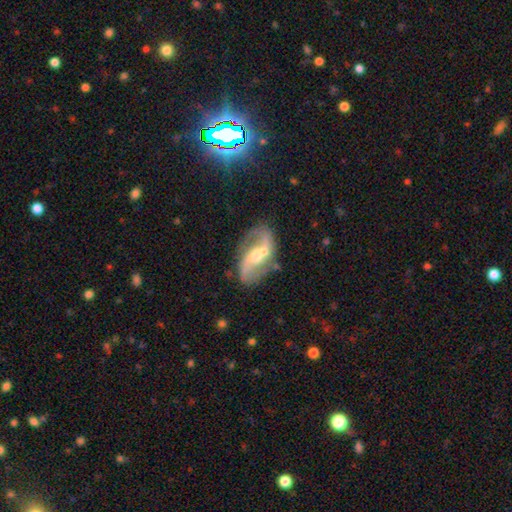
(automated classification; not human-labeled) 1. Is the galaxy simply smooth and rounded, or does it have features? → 84% featured or disk, 9% smooth, 6% star or artifact.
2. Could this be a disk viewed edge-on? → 96% no, 4% yes.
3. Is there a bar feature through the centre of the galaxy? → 40% no, 39% weak, 21% strong.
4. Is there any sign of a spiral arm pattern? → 92% yes, 8% no.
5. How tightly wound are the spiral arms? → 55% loose, 36% medium, 10% tight.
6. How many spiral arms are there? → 91% 2, 4% can't tell, 2% 1, 1% 3, 1% 4, 1% more than 4.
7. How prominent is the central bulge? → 57% moderate, 34% small, 5% large, 2% none, 1% dominant.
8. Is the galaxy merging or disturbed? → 63% none, 17% minor disturbance, 12% merger, 8% major disturbance.